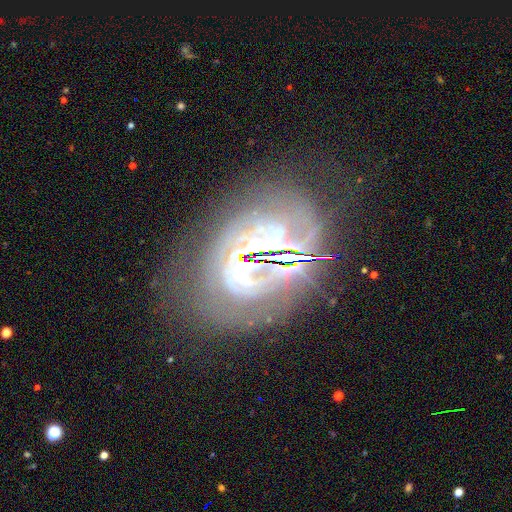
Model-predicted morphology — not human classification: Smooth or featured?
  - featured or disk: 58% *
  - star or artifact: 32%
  - smooth: 11%
Edge-on disk?
  - no: 94% *
  - yes: 6%
Bar?
  - no: 52% *
  - weak: 25%
  - strong: 23%
Spiral arms?
  - yes: 77% *
  - no: 23%
Bulge size?
  - moderate: 36% *
  - small: 26%
  - large: 20%
  - dominant: 9%
  - none: 9%
Merging?
  - none: 63% *
  - minor disturbance: 17%
  - major disturbance: 13%
  - merger: 6%